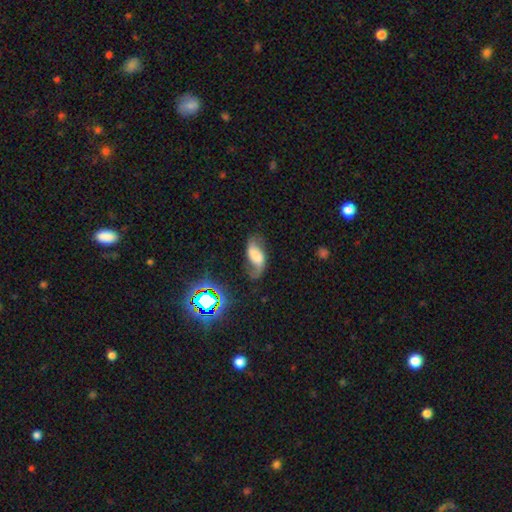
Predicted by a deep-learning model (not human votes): Smooth or featured? Predicted: featured or disk (p=0.51). Edge-on disk? Predicted: no (p=0.93). Merging? Predicted: none (p=0.53).